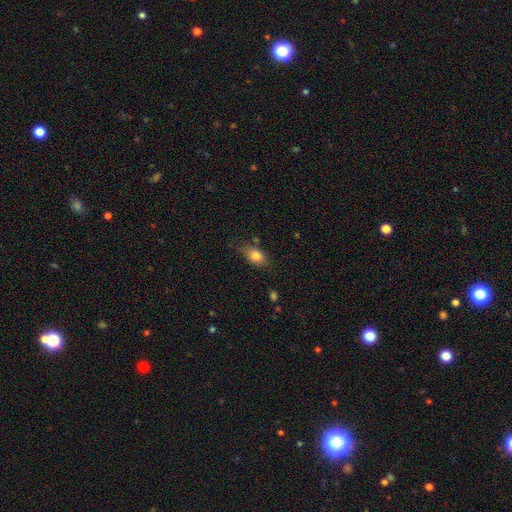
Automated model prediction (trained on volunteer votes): smooth_or_featured: smooth (p=0.81) [alt: featured or disk p=0.11]
how_rounded: in between (p=0.81) [alt: round p=0.16]
merging: none (p=0.70) [alt: minor disturbance p=0.22]